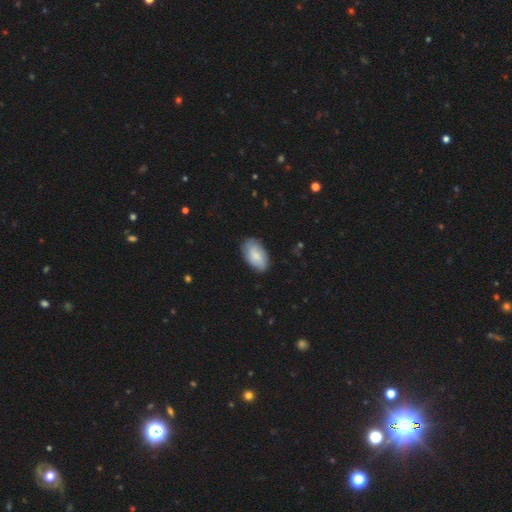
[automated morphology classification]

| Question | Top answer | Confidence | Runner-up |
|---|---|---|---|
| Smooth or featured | smooth | 76% | featured or disk (18%) |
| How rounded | in between | 94% | round (4%) |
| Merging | none | 79% | minor disturbance (16%) |